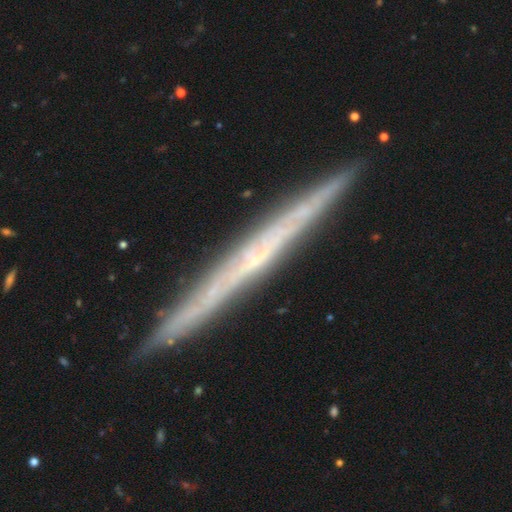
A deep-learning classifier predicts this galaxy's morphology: This is likely a featured or disk galaxy (77%). It is clearly viewed edge-on (97%). Edge-on bulge: likely none (69%). Merging: clearly none (91%).